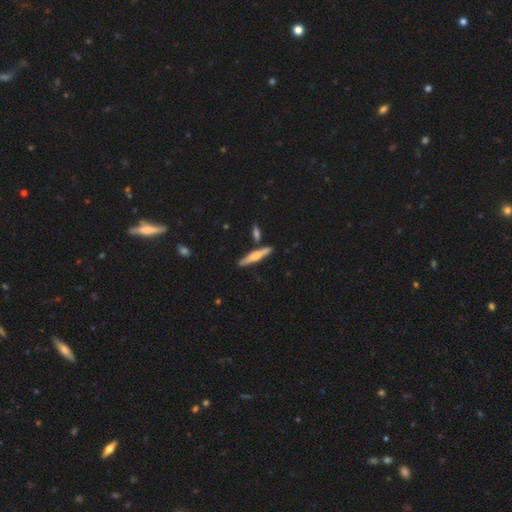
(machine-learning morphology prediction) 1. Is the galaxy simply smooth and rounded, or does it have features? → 52% featured or disk, 42% smooth, 6% star or artifact.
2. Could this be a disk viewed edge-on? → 95% yes, 5% no.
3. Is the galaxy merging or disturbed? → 78% none, 10% minor disturbance, 10% merger, 2% major disturbance.